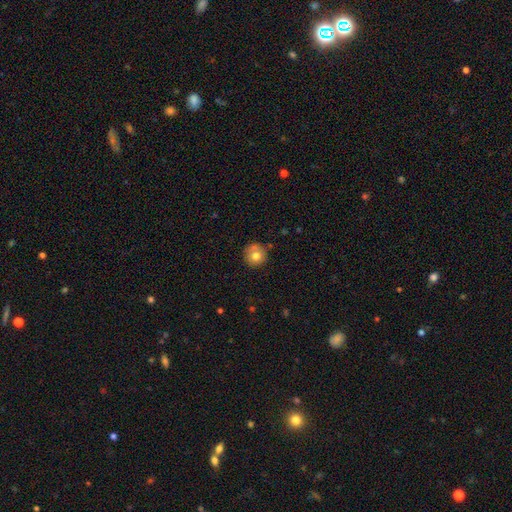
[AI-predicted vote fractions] The model was most divided on "merging": none: 71%, minor disturbance: 16%, merger: 10%, major disturbance: 4%. More confident: how rounded — round (92%); smooth or featured — smooth (75%).